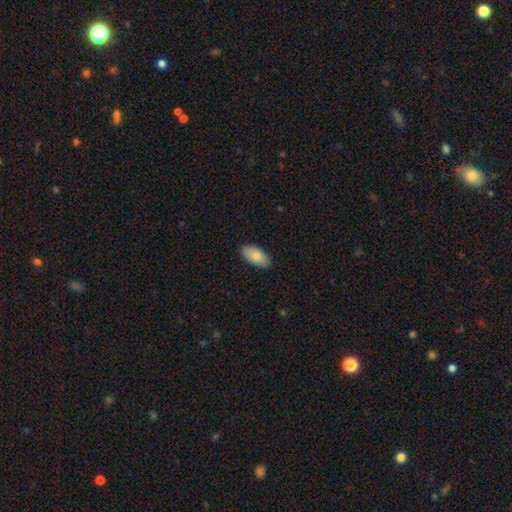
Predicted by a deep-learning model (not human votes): Q: Smooth or featured?
A: smooth (82%); runner-up: featured or disk (12%)
Q: How rounded?
A: in between (94%); runner-up: cigar-shaped (4%)
Q: Merging?
A: none (87%); runner-up: minor disturbance (10%)